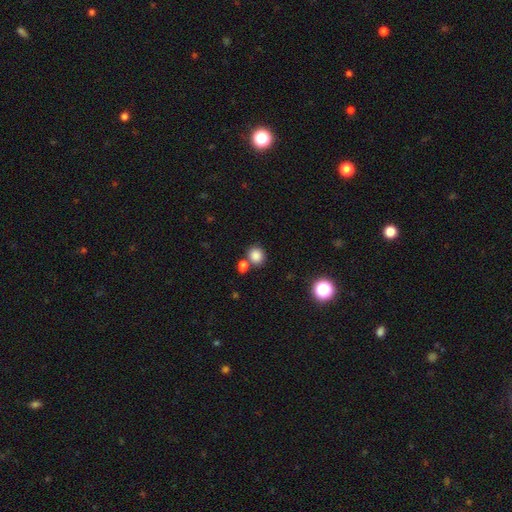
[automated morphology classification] Smooth or featured? Predicted: smooth (p=0.84). How rounded? Predicted: round (p=0.78). Merging? Predicted: none (p=0.65).